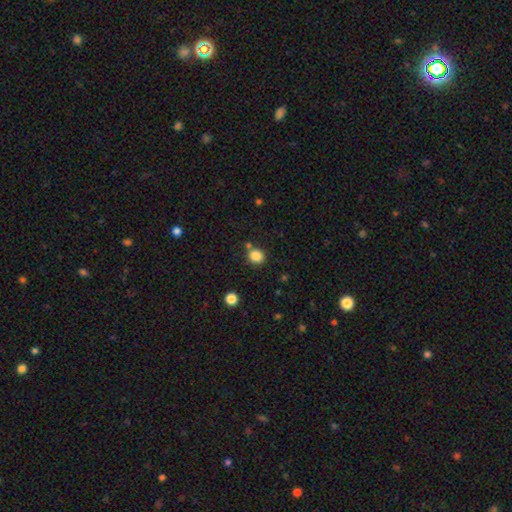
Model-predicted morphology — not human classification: The model was most divided on "how rounded": round: 81%, in between: 18%, cigar-shaped: 1%. More confident: smooth or featured — smooth (85%); merging — none (76%).